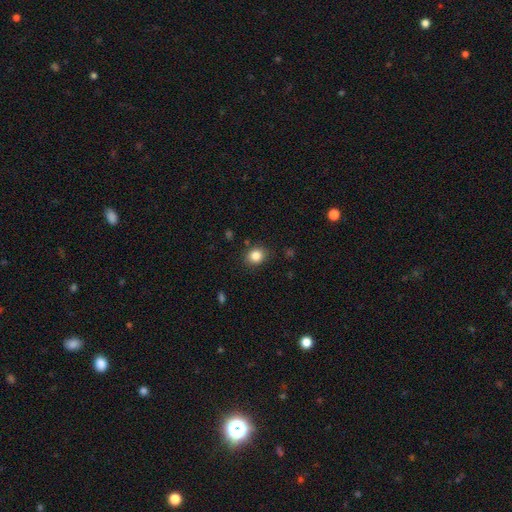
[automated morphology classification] The model was most divided on "how rounded": round: 71%, in between: 29%, cigar-shaped: 1%. More confident: merging — none (86%); smooth or featured — smooth (84%).